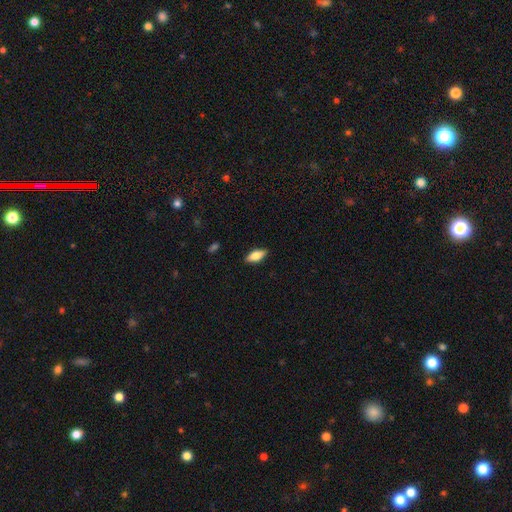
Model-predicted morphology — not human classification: Smooth or featured? smooth (69%)
How rounded? in between (78%)
Merging? none (88%)